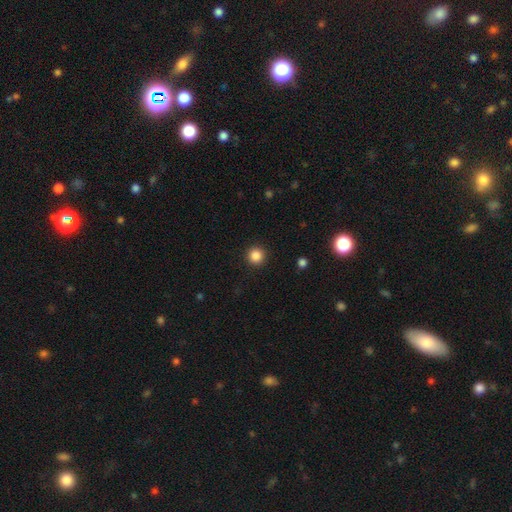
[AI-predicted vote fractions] Smooth or featured? Predicted: smooth (p=0.86). How rounded? Predicted: round (p=0.96). Merging? Predicted: none (p=0.93).